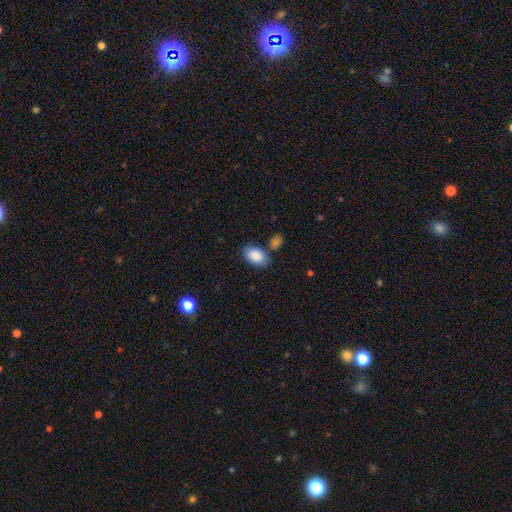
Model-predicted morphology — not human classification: A smooth galaxy with no disk features (89%) that is in between round and cigar-shaped (92%). Merging: none (72%).